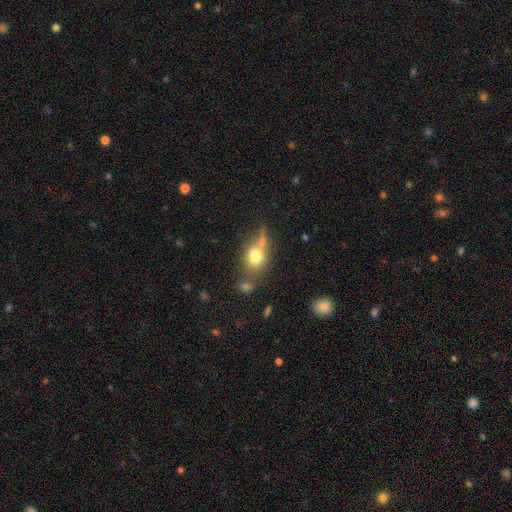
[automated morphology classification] This appears to be a smooth galaxy with no disk features (74%) that is round (49%). Merging: none (49%).